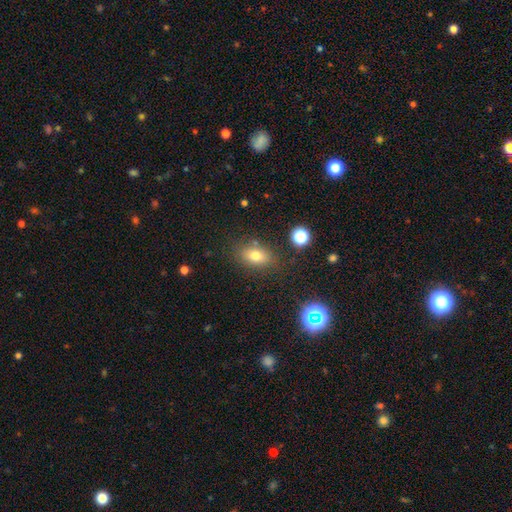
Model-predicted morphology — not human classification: Smooth or featured? smooth (74%)
How rounded? in between (76%)
Merging? none (78%)